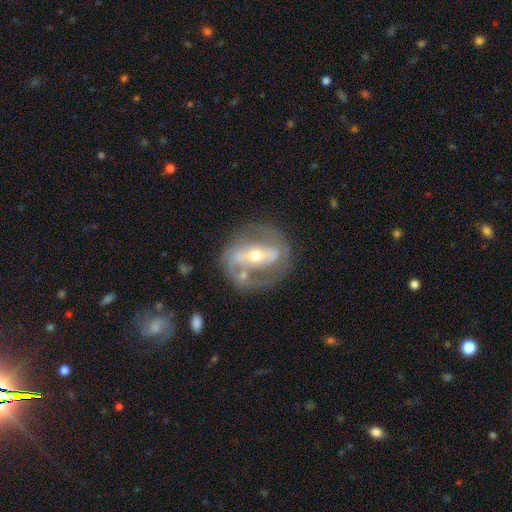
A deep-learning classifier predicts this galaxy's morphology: Overall: featured or disk (81%). Edge-on disk: no (92%). Bar: strong (62%; weak 22%). Spiral arms: yes (70%; no 30%). Spiral arm count: 2 (78%). Spiral winding: medium (42%; tight 37%). Bulge size: moderate (54%; small 41%). Merging: none (68%).